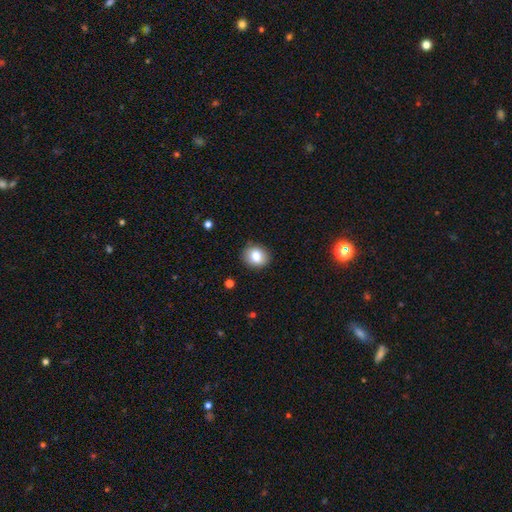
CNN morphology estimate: type=smooth (81%); roundness=round (60%); merging=none (87%).